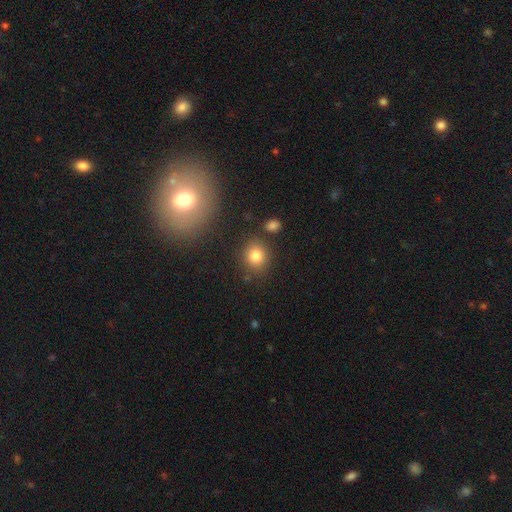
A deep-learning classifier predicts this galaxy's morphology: Smooth or featured? Predicted: smooth (p=0.81). How rounded? Predicted: round (p=0.82). Merging? Predicted: none (p=0.81).